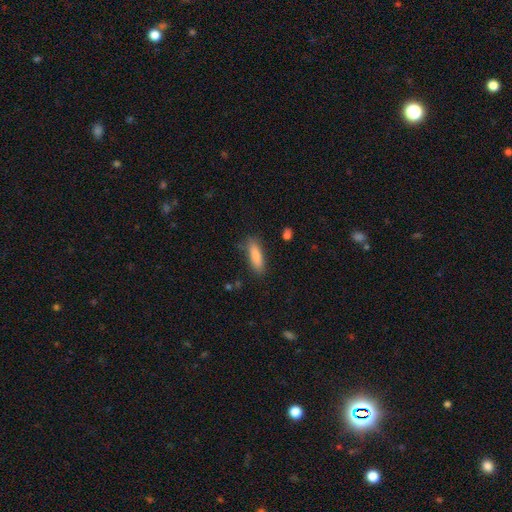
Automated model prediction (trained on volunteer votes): A smooth galaxy with no disk features (85%) that is cigar-shaped (55%). Merging: none (80%).